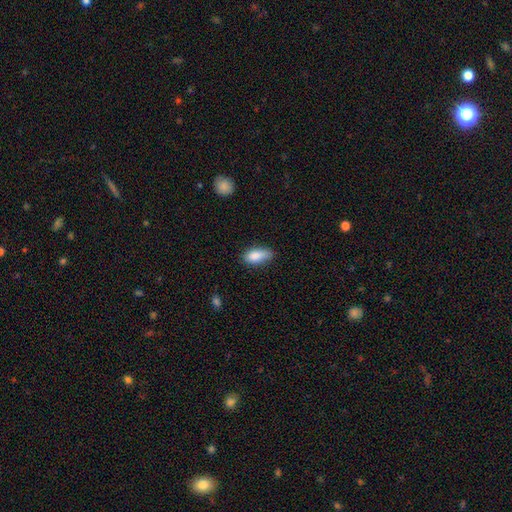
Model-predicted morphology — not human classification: Smooth or featured? Predicted: smooth (p=0.86). How rounded? Predicted: in between (p=0.85). Merging? Predicted: none (p=0.62).